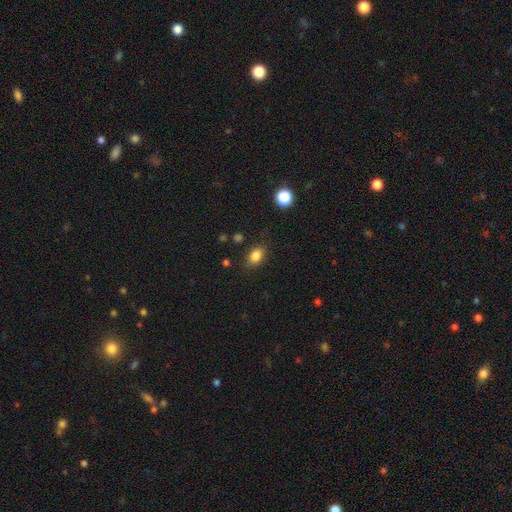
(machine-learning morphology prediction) This is clearly a smooth galaxy (83%). How rounded: likely in between (73%). Merging: clearly none (80%).